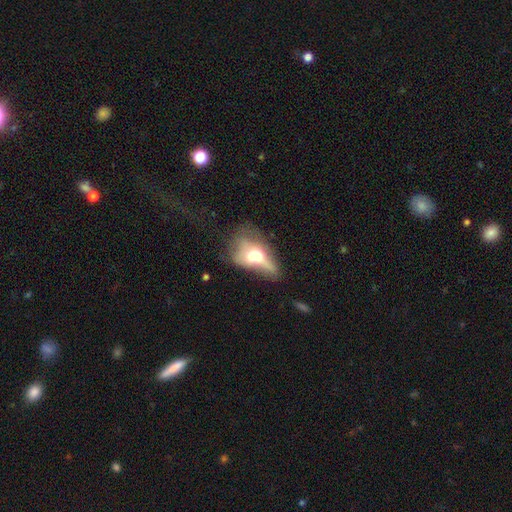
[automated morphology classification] This is possibly a smooth galaxy (48%). Merging: marginally merger (38%).